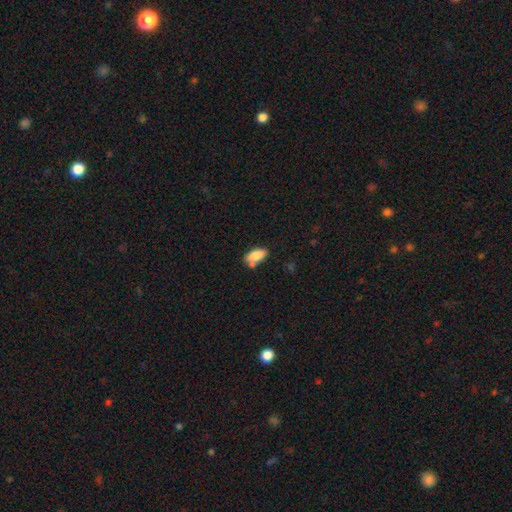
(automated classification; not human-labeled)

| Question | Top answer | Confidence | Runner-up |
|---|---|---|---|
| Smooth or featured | smooth | 83% | featured or disk (10%) |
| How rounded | in between | 86% | cigar-shaped (11%) |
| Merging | none | 59% | minor disturbance (21%) |